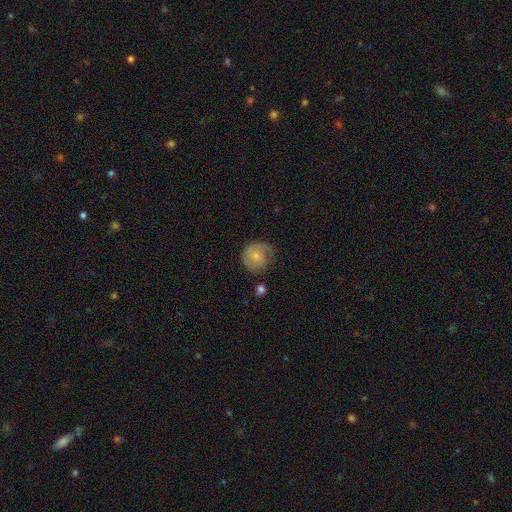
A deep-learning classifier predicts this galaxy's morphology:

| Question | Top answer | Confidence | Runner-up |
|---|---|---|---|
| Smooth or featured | smooth | 53% | featured or disk (39%) |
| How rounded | round | 85% | in between (14%) |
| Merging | none | 54% | minor disturbance (29%) |